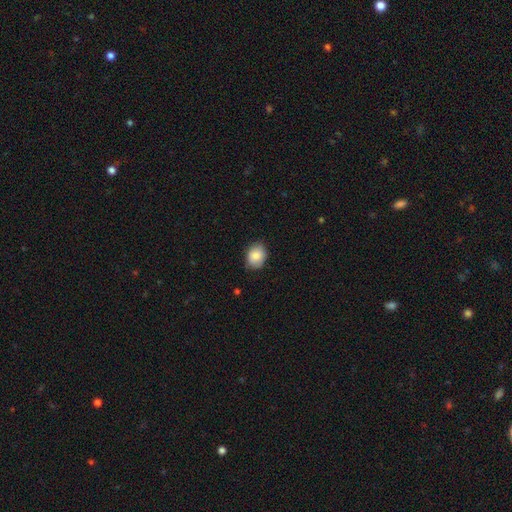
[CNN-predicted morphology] Smooth or featured: smooth — 85% (featured or disk — 8%)
How rounded: in between — 62% (round — 37%)
Merging: none — 79% (minor disturbance — 17%)